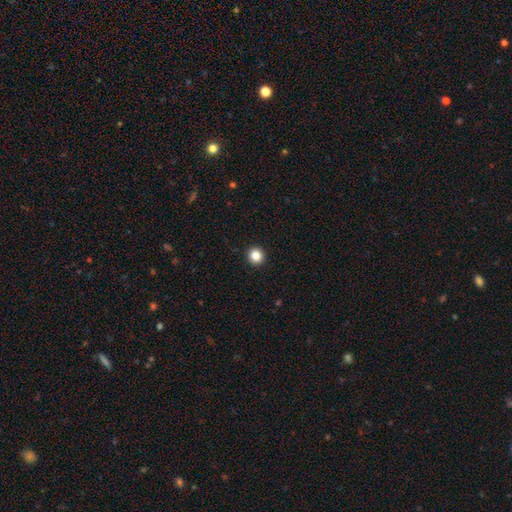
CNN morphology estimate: type=smooth (85%); roundness=round (94%); merging=none (94%).